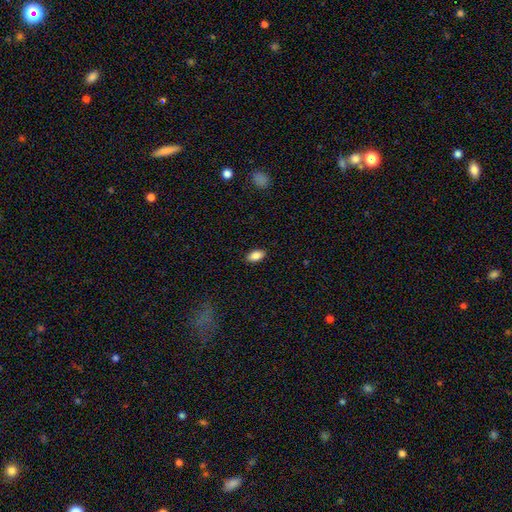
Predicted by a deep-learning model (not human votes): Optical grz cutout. It shows a smooth galaxy with no disk features (85%) that is in between round and cigar-shaped (91%). Merging: none (88%).